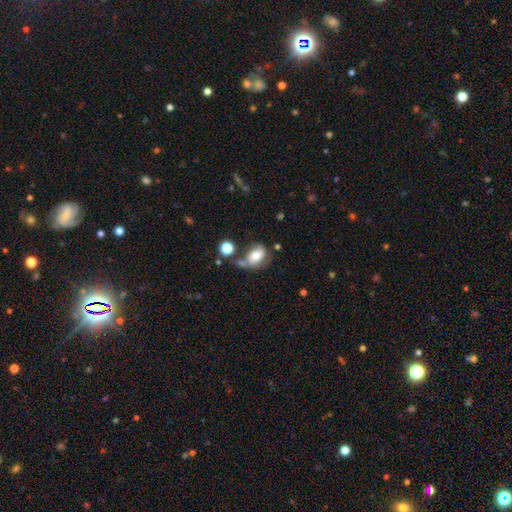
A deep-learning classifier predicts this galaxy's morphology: Smooth or featured: smooth — 63% (featured or disk — 28%)
How rounded: in between — 75% (round — 24%)
Merging: none — 37% (merger — 23%)